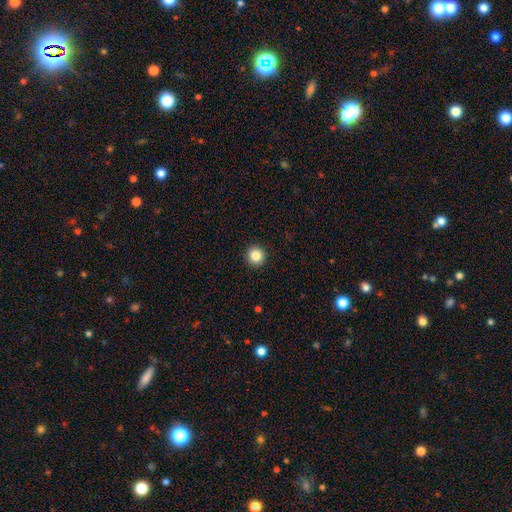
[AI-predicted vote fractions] Morphology: type=smooth (84%); roundness=round (96%); merging=none (93%).